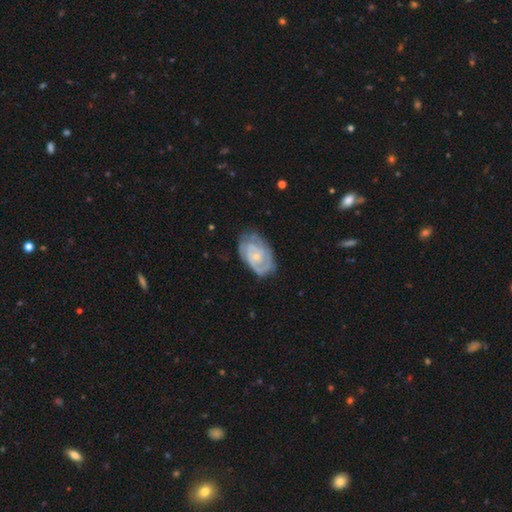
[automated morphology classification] Q: Smooth or featured?
A: featured or disk (83%); runner-up: smooth (12%)
Q: Edge-on disk?
A: no (97%); runner-up: yes (3%)
Q: Bar?
A: no (70%); runner-up: weak (26%)
Q: Spiral arms?
A: yes (93%); runner-up: no (7%)
Q: Spiral winding?
A: tight (67%); runner-up: medium (27%)
Q: Spiral arm count?
A: 2 (42%); runner-up: can't tell (29%)
Q: Bulge size?
A: small (71%); runner-up: moderate (24%)
Q: Merging?
A: none (66%); runner-up: minor disturbance (24%)